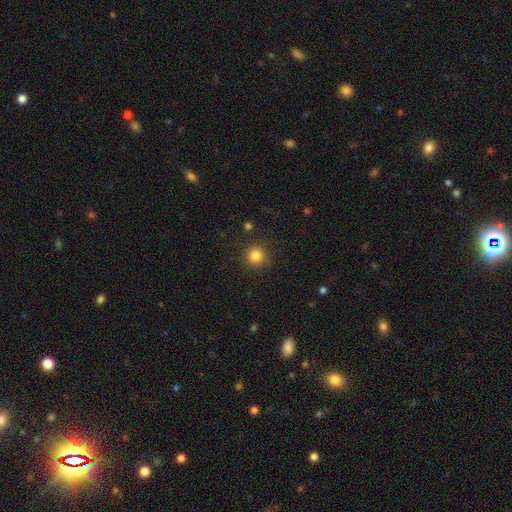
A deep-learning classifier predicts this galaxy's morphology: Smooth or featured: smooth — 83% (star or artifact — 12%)
How rounded: round — 94% (in between — 5%)
Merging: none — 90% (minor disturbance — 6%)